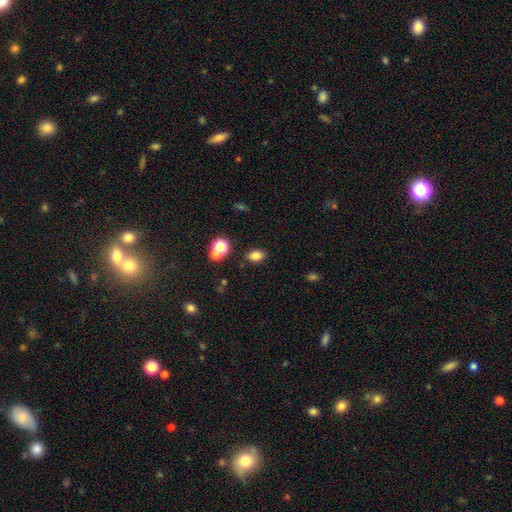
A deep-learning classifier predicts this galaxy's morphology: Smooth or featured?
  - smooth: 80% *
  - star or artifact: 13%
  - featured or disk: 7%
How rounded?
  - in between: 79% *
  - round: 19%
  - cigar-shaped: 2%
Merging?
  - none: 81% *
  - minor disturbance: 9%
  - merger: 6%
  - major disturbance: 3%